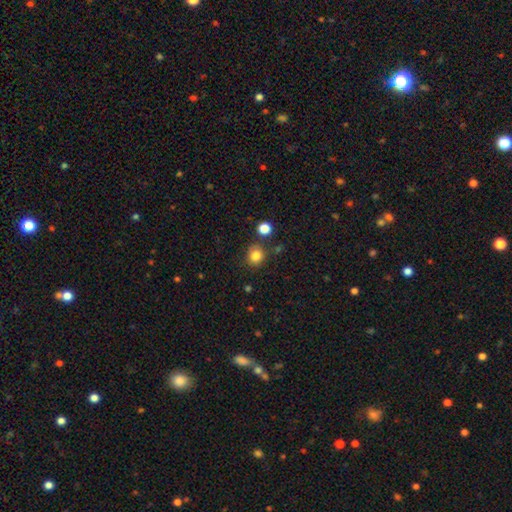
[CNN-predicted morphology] Overall: smooth (83%). How rounded: round (81%). Merging: none (81%).